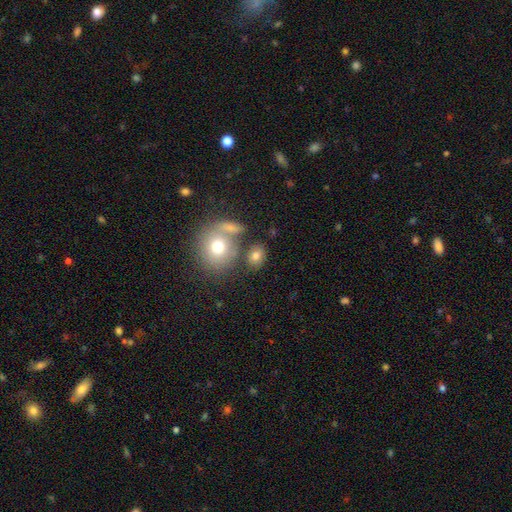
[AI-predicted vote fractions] smooth-or-featured: smooth: 76% | featured or disk: 13% | star or artifact: 11%
  how-rounded: in between: 55% | round: 44% | cigar-shaped: 2%
  merging: none: 66% | merger: 18% | minor disturbance: 12% | major disturbance: 5%